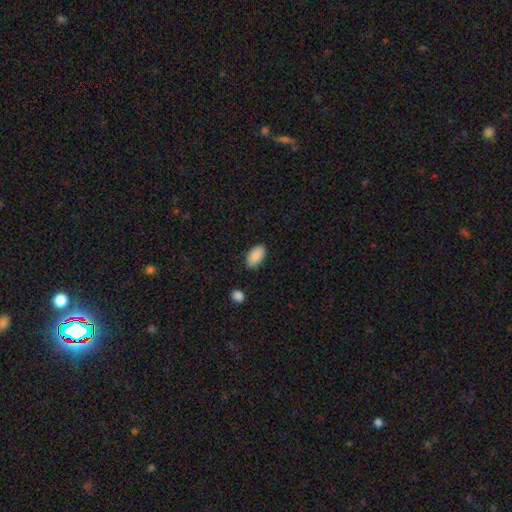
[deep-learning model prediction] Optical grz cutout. It shows a smooth galaxy with no disk features (89%) that is in between round and cigar-shaped (94%). Merging: none (85%).